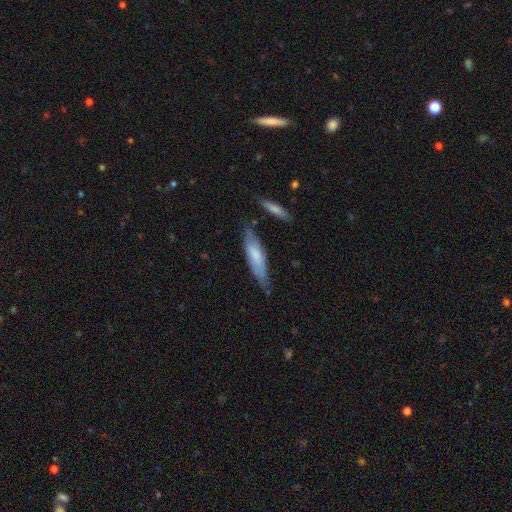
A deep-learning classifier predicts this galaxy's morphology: Q: Smooth or featured?
A: smooth (61%); runner-up: featured or disk (33%)
Q: How rounded?
A: cigar-shaped (71%); runner-up: in between (28%)
Q: Merging?
A: none (69%); runner-up: minor disturbance (23%)